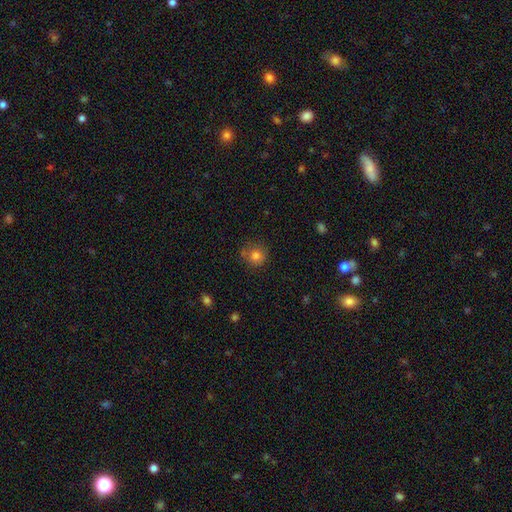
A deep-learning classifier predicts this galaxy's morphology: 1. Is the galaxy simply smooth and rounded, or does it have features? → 80% smooth, 12% star or artifact, 9% featured or disk.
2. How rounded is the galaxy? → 89% round, 10% in between, 1% cigar-shaped.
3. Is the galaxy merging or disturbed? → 72% none, 19% minor disturbance, 5% major disturbance, 5% merger.